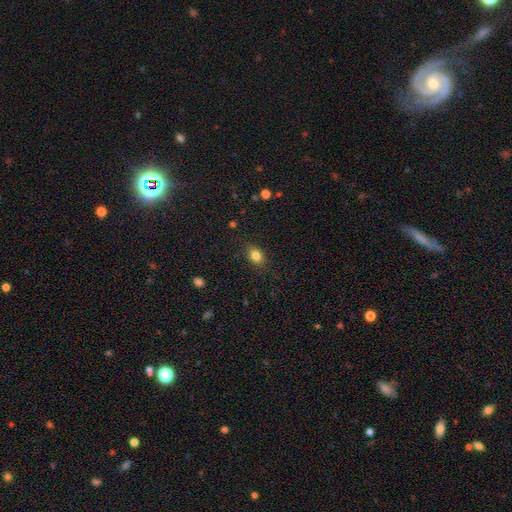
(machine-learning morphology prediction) Q: Smooth or featured?
A: smooth (83%); runner-up: star or artifact (11%)
Q: How rounded?
A: in between (65%); runner-up: round (34%)
Q: Merging?
A: none (85%); runner-up: minor disturbance (11%)